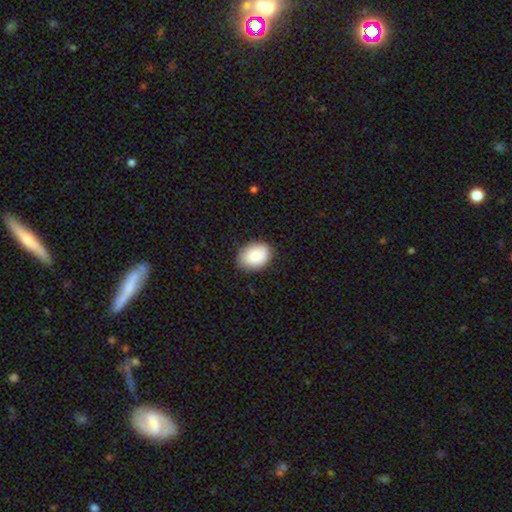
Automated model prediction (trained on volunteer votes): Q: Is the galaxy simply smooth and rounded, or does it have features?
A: smooth — 88%.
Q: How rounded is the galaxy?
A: in between — 72%.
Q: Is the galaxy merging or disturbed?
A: none — 84%.